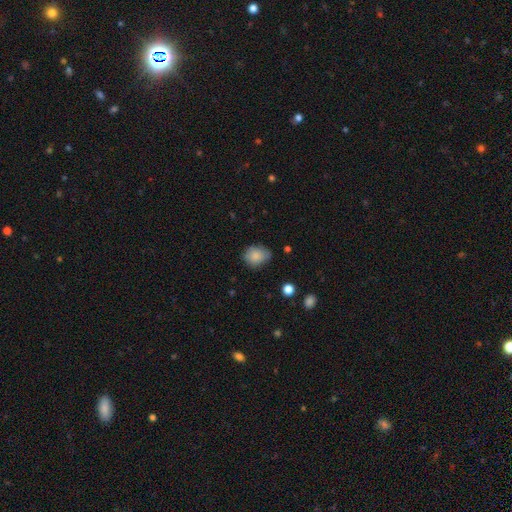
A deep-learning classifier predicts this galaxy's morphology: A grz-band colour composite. It shows a smooth galaxy with no disk features (82%) that is round (51%). Merging: none (60%).